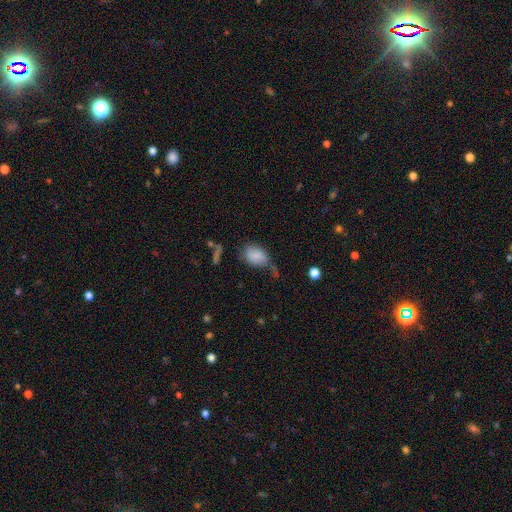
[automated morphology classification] Smooth or featured? smooth (82%)
How rounded? in between (78%)
Merging? none (39%)